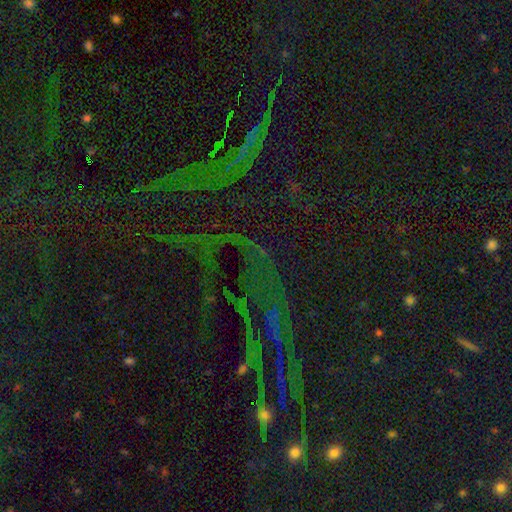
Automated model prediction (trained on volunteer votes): The model was most divided on "smooth or featured": star or artifact: 78%, featured or disk: 11%, smooth: 11%.